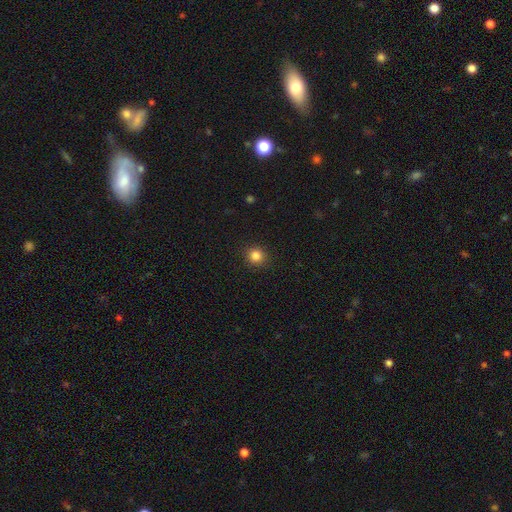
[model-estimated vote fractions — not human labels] This is clearly a smooth galaxy (84%). How rounded: clearly round (91%). Merging: clearly none (91%).